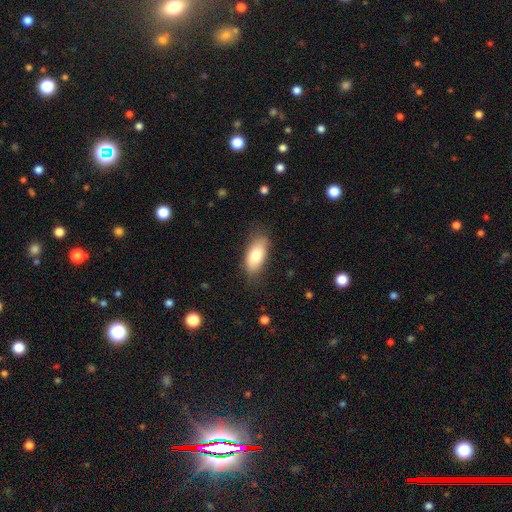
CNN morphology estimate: Smooth or featured?
  - smooth: 77% *
  - featured or disk: 16%
  - star or artifact: 7%
How rounded?
  - in between: 88% *
  - cigar-shaped: 9%
  - round: 3%
Merging?
  - none: 77% *
  - minor disturbance: 17%
  - major disturbance: 4%
  - merger: 1%